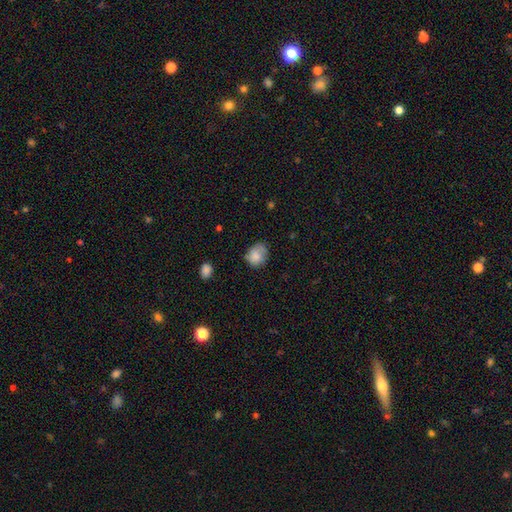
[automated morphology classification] Smooth or featured: smooth — 80% (featured or disk — 12%)
How rounded: in between — 53% (round — 46%)
Merging: none — 57% (minor disturbance — 31%)